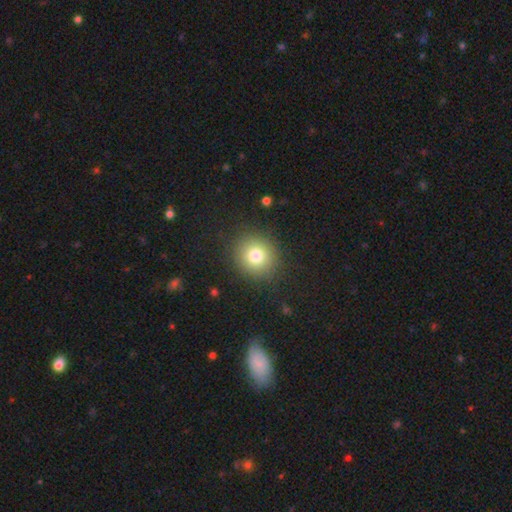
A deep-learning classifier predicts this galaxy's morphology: This is likely a smooth galaxy (79%). How rounded: clearly round (88%). Merging: clearly none (89%).